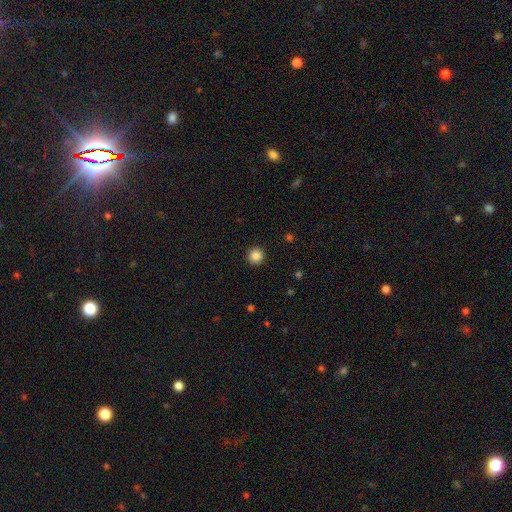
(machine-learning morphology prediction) Smooth or featured? Predicted: smooth (p=0.86). How rounded? Predicted: round (p=0.96). Merging? Predicted: none (p=0.93).